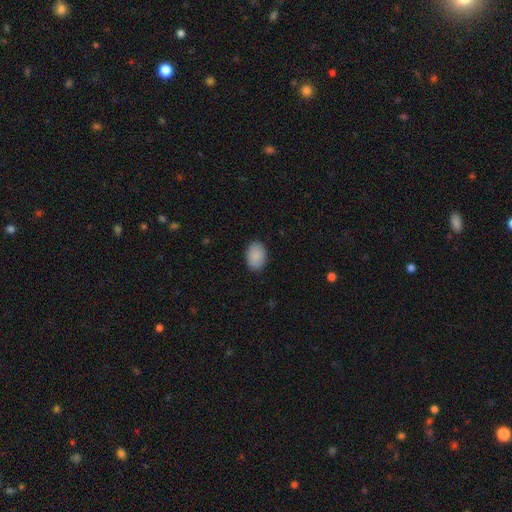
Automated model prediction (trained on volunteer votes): Overall: smooth (89%). How rounded: in between (81%). Merging: none (89%).